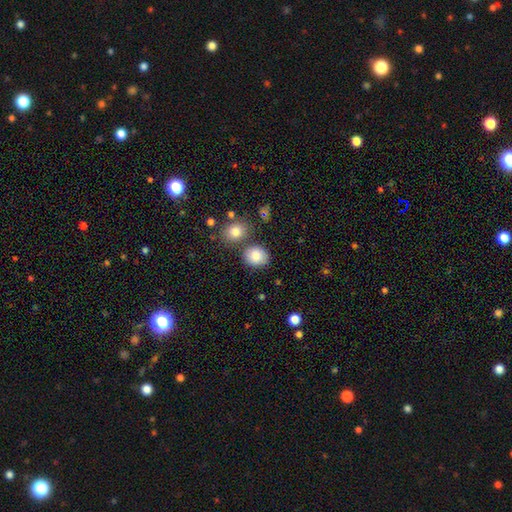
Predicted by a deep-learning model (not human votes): smooth_or_featured: smooth (p=0.85) [alt: star or artifact p=0.09]
how_rounded: round (p=0.62) [alt: in between p=0.37]
merging: none (p=0.74) [alt: minor disturbance p=0.12]